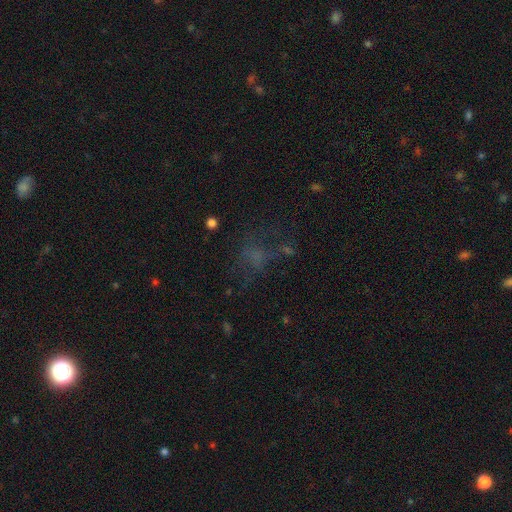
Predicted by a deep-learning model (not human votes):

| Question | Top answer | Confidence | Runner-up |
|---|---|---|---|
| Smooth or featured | smooth | 40% | star or artifact (32%) |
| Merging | none | 46% | major disturbance (32%) |